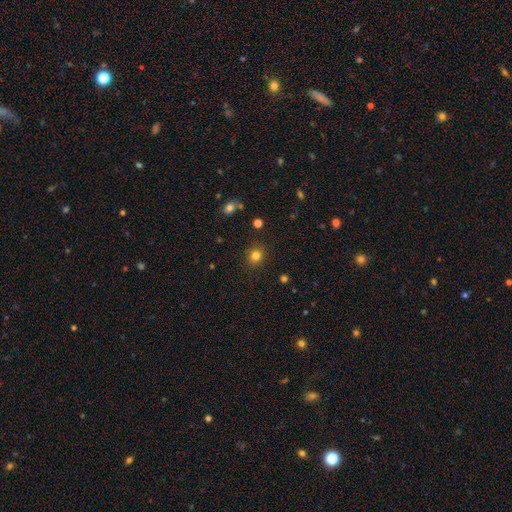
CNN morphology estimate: This appears to be a smooth galaxy with no disk features (81%) that is round (85%). Merging: none (89%).